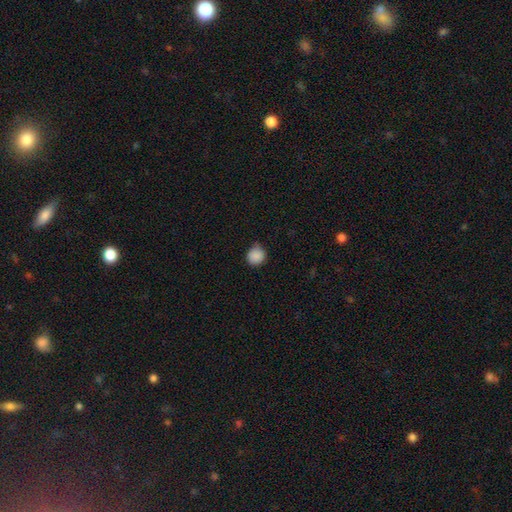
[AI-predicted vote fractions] Smooth or featured?
  - smooth: 88% *
  - star or artifact: 9%
  - featured or disk: 3%
How rounded?
  - round: 89% *
  - in between: 10%
  - cigar-shaped: 1%
Merging?
  - none: 73% *
  - minor disturbance: 22%
  - major disturbance: 3%
  - merger: 1%